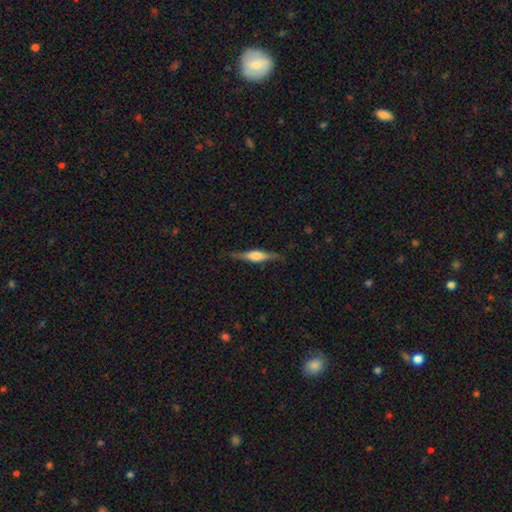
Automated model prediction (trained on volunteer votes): smooth-or-featured: featured or disk: 68% | smooth: 26% | star or artifact: 6%
  disk-edge-on: yes: 96% | no: 4%
    edge-on-bulge: rounded: 72% | boxy: 23% | none: 4%
  merging: none: 85% | minor disturbance: 11% | major disturbance: 3% | merger: 1%